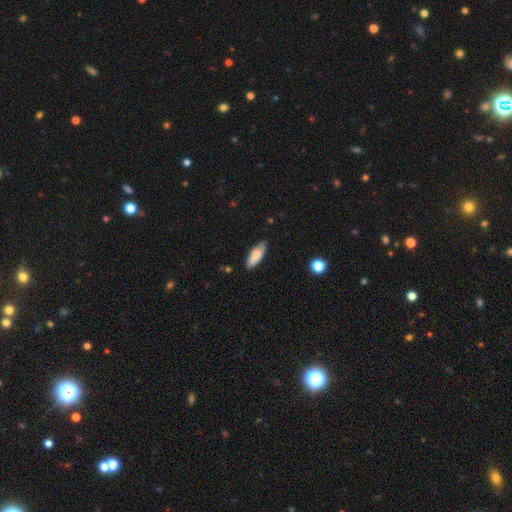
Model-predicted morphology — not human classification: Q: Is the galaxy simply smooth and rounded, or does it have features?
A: smooth — 80%.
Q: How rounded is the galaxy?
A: in between — 73%.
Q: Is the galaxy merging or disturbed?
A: none — 81%.